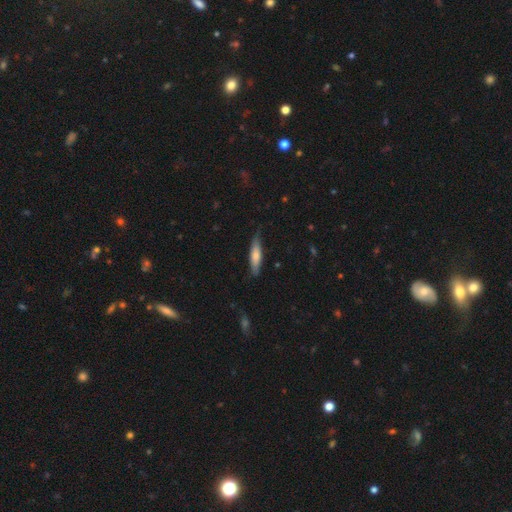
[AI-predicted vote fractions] Smooth or featured?
  - smooth: 66% *
  - featured or disk: 28%
  - star or artifact: 5%
How rounded?
  - cigar-shaped: 75% *
  - in between: 23%
  - round: 2%
Merging?
  - none: 76% *
  - minor disturbance: 19%
  - major disturbance: 3%
  - merger: 1%